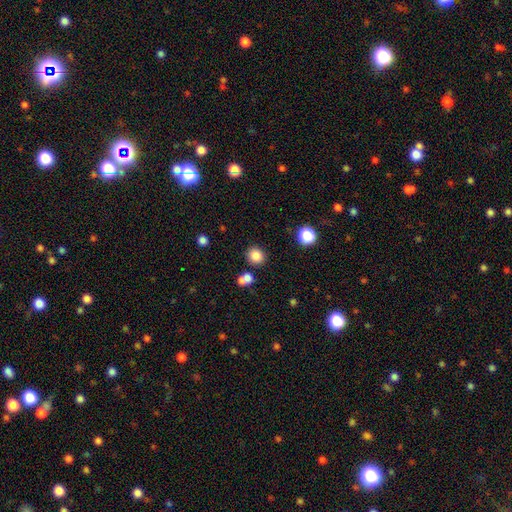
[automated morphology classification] type=smooth (84%); roundness=round (81%); merging=none (79%).